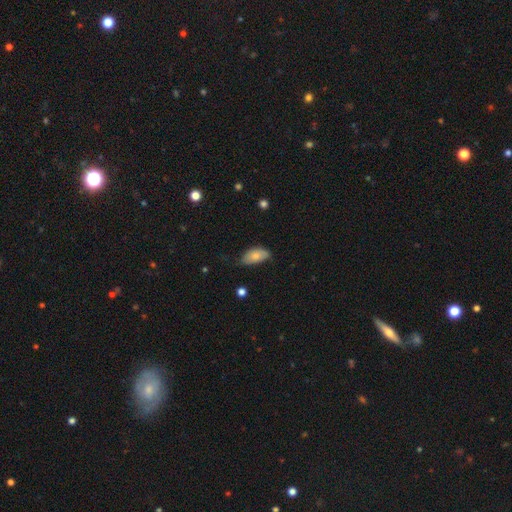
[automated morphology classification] Overall: smooth (77%). How rounded: in between (92%). Merging: none (55%; minor disturbance 37%).